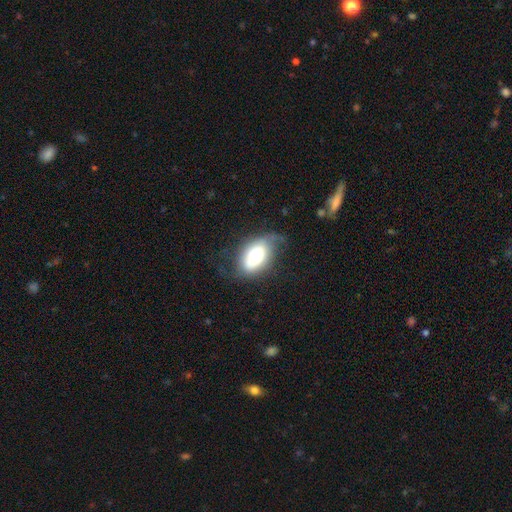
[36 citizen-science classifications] Morphology: type=smooth (81%); roundness=in between (93%); merging=minor disturbance (44%).